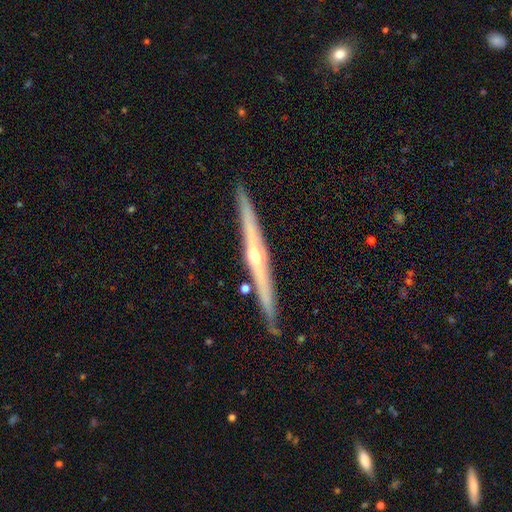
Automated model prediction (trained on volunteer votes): Overall: featured or disk (80%). Edge-on disk: yes (98%). Edge-on bulge: rounded (84%). Merging: none (90%).